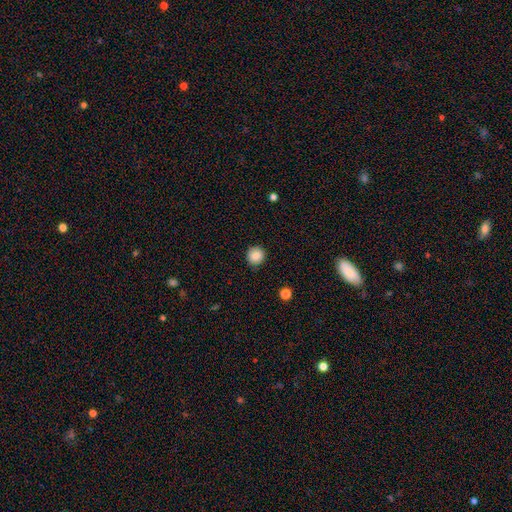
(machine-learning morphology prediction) Smooth or featured?
  - smooth: 85% *
  - star or artifact: 9%
  - featured or disk: 6%
How rounded?
  - round: 93% *
  - in between: 6%
  - cigar-shaped: 1%
Merging?
  - none: 89% *
  - minor disturbance: 8%
  - major disturbance: 2%
  - merger: 1%